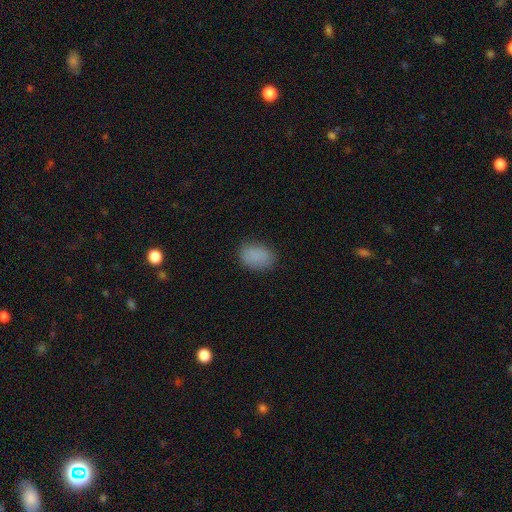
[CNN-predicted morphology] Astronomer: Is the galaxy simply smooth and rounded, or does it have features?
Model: smooth — 86%.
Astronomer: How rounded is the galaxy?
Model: in between — 79%.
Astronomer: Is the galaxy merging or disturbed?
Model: none — 81%.